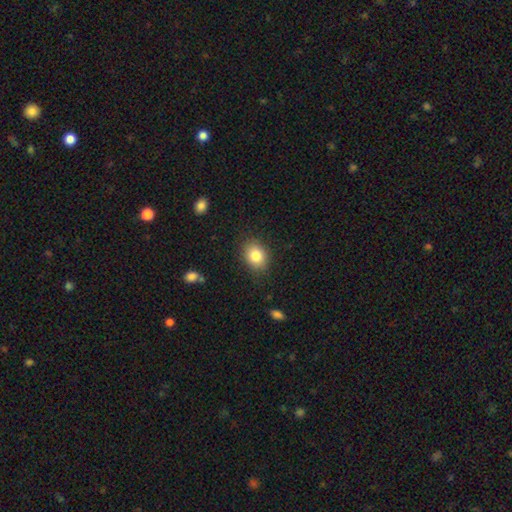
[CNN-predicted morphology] Q: Smooth or featured?
A: smooth (83%); runner-up: star or artifact (9%)
Q: How rounded?
A: in between (58%); runner-up: round (41%)
Q: Merging?
A: none (84%); runner-up: minor disturbance (11%)